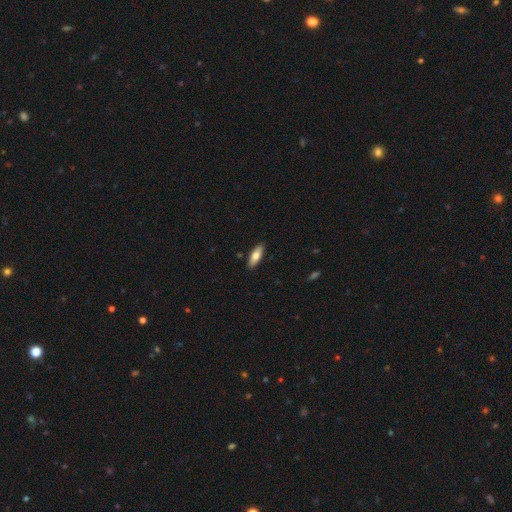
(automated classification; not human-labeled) This is likely a smooth galaxy (74%). How rounded: likely in between (63%). Merging: clearly none (89%).